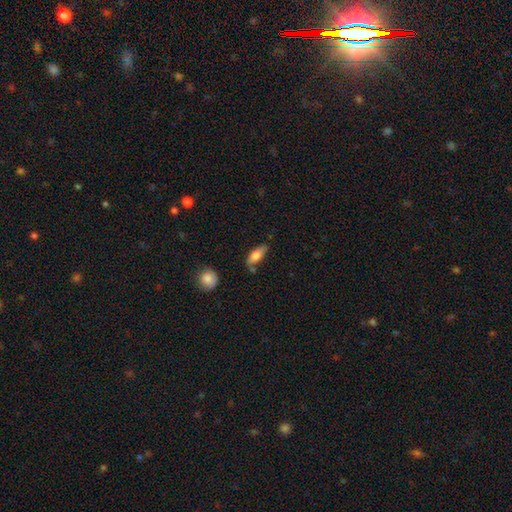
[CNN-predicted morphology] This appears to be a smooth galaxy with no disk features (72%) that is in between round and cigar-shaped (67%). Merging: none (65%).